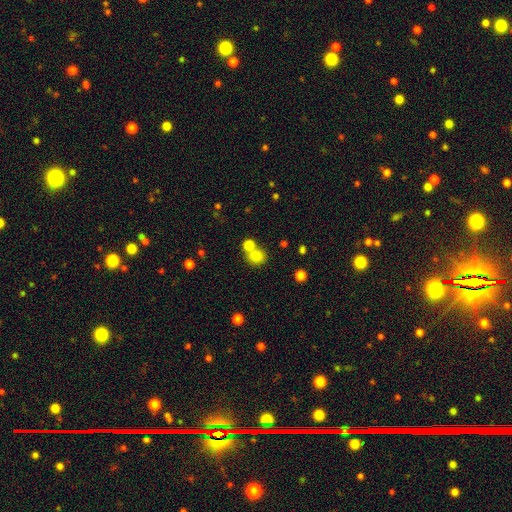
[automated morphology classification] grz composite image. It shows a smooth galaxy with no disk features (79%) that is round (84%). Merging: none (55%).